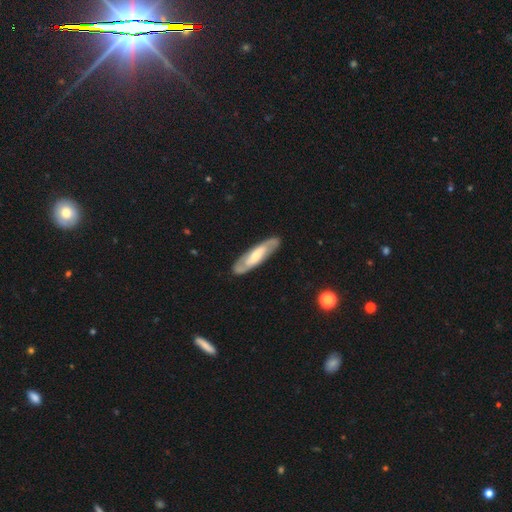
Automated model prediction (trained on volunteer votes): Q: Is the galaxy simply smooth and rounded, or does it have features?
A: featured or disk — 60%.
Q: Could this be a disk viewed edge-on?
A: no — 72%.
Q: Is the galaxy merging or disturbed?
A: none — 85%.